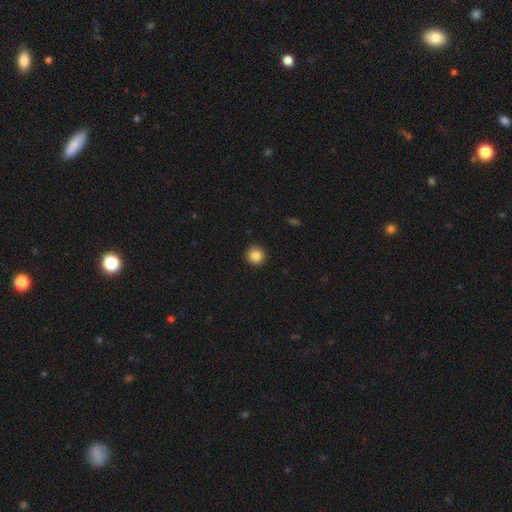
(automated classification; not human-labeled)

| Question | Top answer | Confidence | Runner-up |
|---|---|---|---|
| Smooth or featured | smooth | 85% | star or artifact (10%) |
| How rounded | round | 94% | in between (5%) |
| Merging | none | 92% | minor disturbance (6%) |